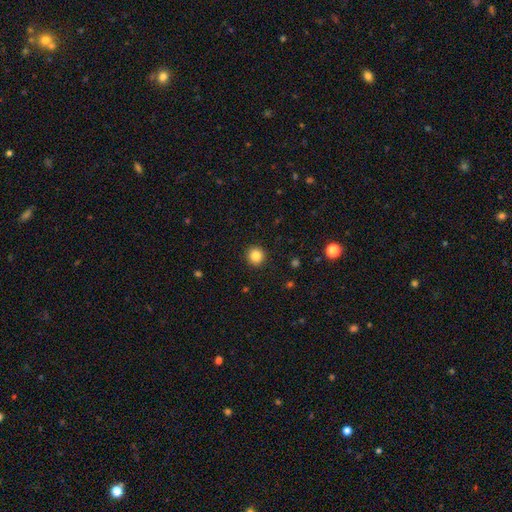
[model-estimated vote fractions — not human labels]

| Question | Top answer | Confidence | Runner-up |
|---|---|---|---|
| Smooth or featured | smooth | 85% | star or artifact (10%) |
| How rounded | round | 94% | in between (5%) |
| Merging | none | 92% | minor disturbance (5%) |